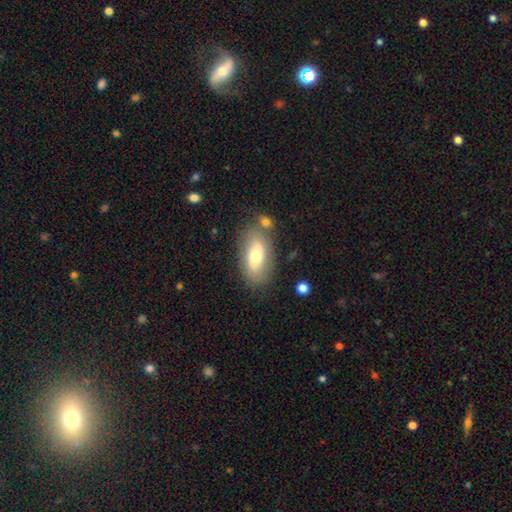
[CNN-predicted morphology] Smooth or featured?
  - smooth: 67% *
  - featured or disk: 26%
  - star or artifact: 7%
How rounded?
  - in between: 89% *
  - cigar-shaped: 6%
  - round: 4%
Merging?
  - none: 75% *
  - minor disturbance: 14%
  - merger: 7%
  - major disturbance: 4%